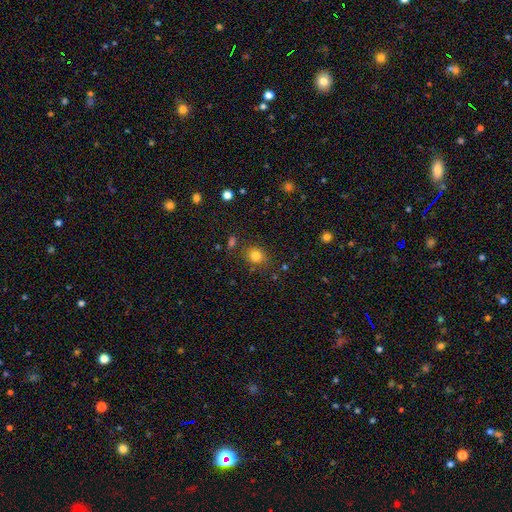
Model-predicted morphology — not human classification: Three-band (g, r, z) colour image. It shows a smooth galaxy with no disk features (81%) that is round (71%). Merging: none (76%).